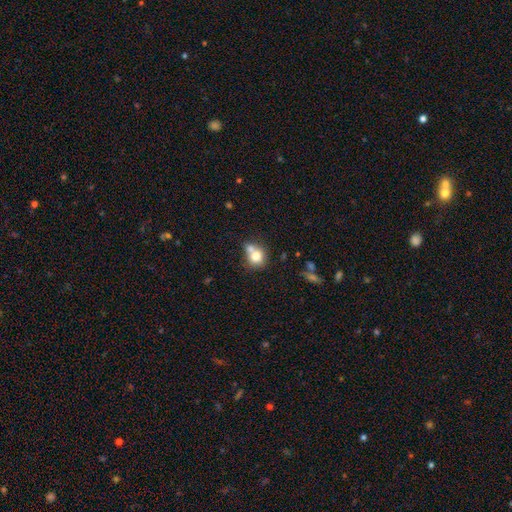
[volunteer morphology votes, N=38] This is likely a smooth galaxy (76%). How rounded: clearly round (86%). Merging: possibly none (50%).